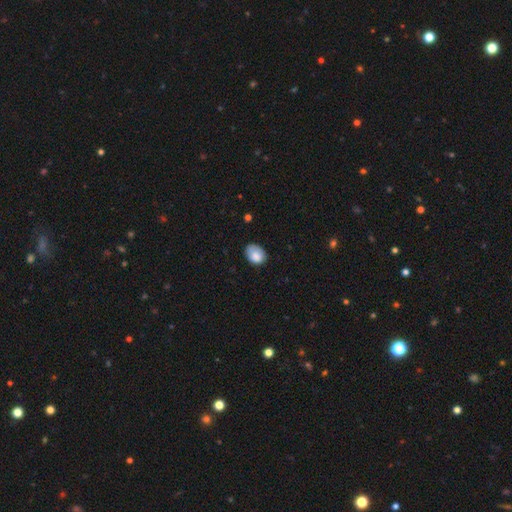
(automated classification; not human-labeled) Q: Smooth or featured?
A: smooth (81%); runner-up: featured or disk (12%)
Q: How rounded?
A: in between (64%); runner-up: round (35%)
Q: Merging?
A: none (61%); runner-up: minor disturbance (29%)